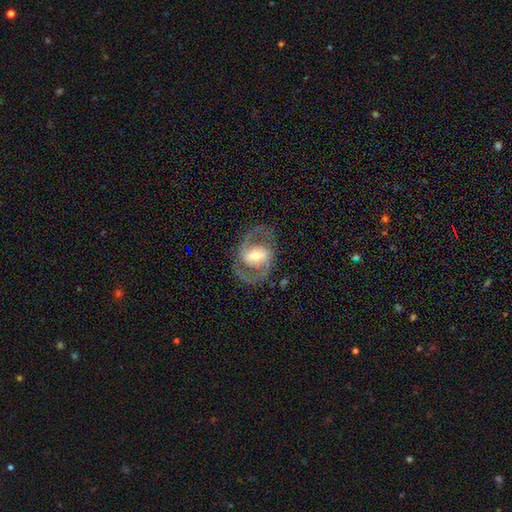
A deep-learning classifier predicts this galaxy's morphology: smooth_or_featured: featured or disk (p=0.89) [alt: smooth p=0.07]
disk_edge_on: no (p=0.97) [alt: yes p=0.03]
bar: weak (p=0.42) [alt: strong p=0.40]
has_spiral_arms: yes (p=0.95) [alt: no p=0.05]
spiral_winding: medium (p=0.63) [alt: tight p=0.20]
spiral_arm_count: 2 (p=0.93) [alt: can't tell p=0.02]
bulge_size: moderate (p=0.61) [alt: small p=0.27]
merging: none (p=0.81) [alt: minor disturbance p=0.11]